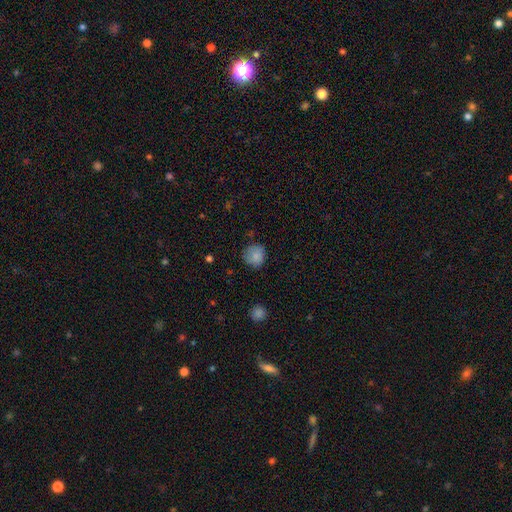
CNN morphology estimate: This appears to be a smooth galaxy with no disk features (84%) that is round (86%). Merging: none (75%).